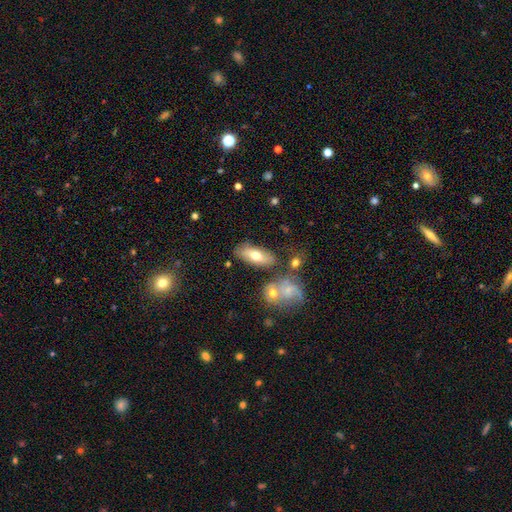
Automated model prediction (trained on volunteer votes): A smooth galaxy with no disk features (63%) that is in between round and cigar-shaped (81%).

Vote fractions:
- Smooth or featured? smooth: 63% / featured or disk: 30% / star or artifact: 7%
- How rounded? in between: 81% / cigar-shaped: 15% / round: 3%
- Merging? none: 70% / minor disturbance: 15% / merger: 10% / major disturbance: 5%